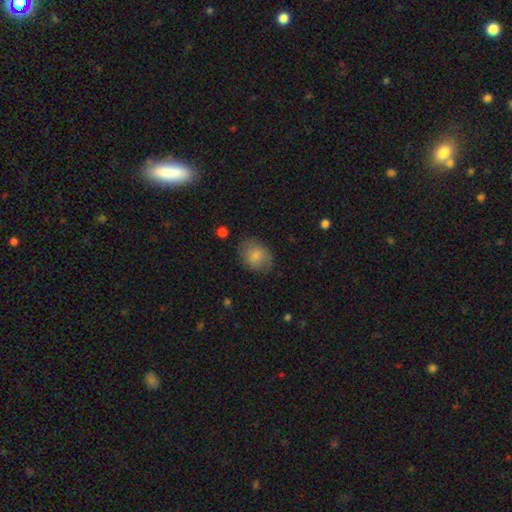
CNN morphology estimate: Smooth or featured: smooth — 82% (featured or disk — 10%)
How rounded: in between — 56% (round — 43%)
Merging: none — 75% (minor disturbance — 18%)